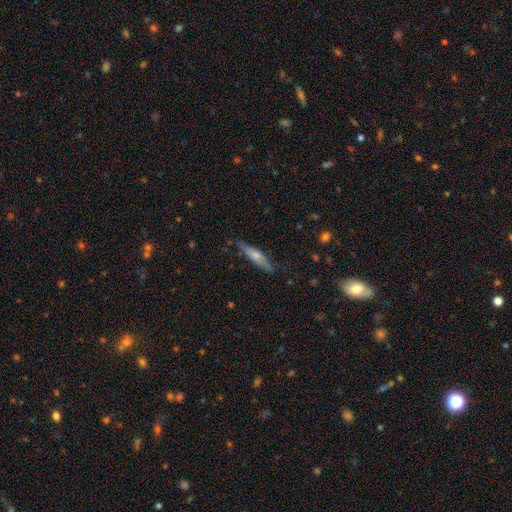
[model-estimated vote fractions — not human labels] This is possibly a smooth galaxy (55%). How rounded: likely cigar-shaped (78%). Merging: likely none (76%).